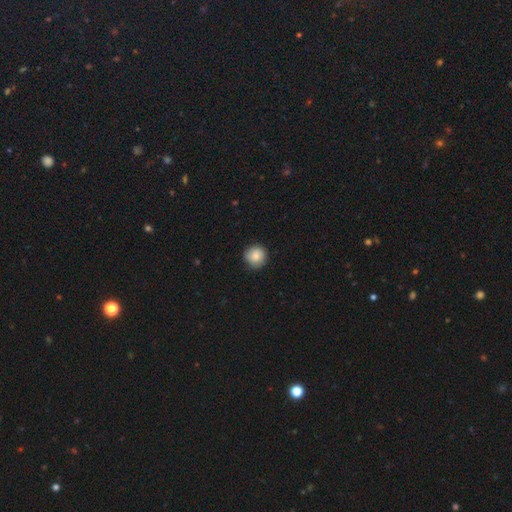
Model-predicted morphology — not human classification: The model was most divided on "merging": none: 85%, minor disturbance: 12%, major disturbance: 2%, merger: 1%. More confident: how rounded — round (93%); smooth or featured — smooth (84%).